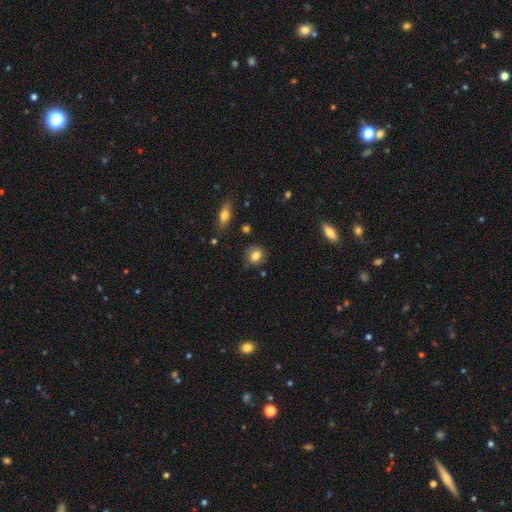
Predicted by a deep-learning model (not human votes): Morphology: type=smooth (82%); roundness=round (72%); merging=none (83%).